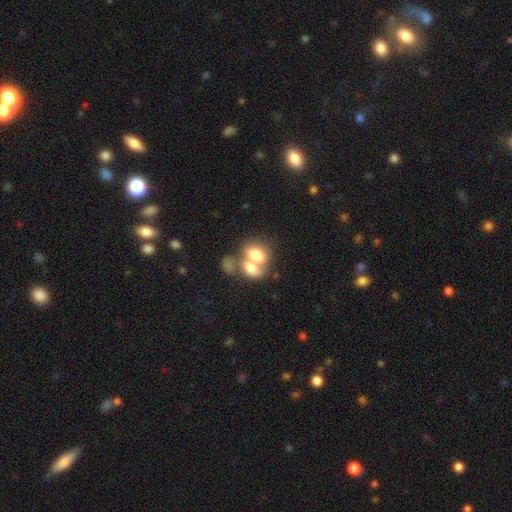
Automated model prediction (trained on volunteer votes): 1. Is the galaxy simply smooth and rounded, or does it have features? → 70% smooth, 22% featured or disk, 9% star or artifact.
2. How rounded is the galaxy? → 78% in between, 20% round, 2% cigar-shaped.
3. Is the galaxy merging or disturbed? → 68% merger, 19% none, 7% minor disturbance, 6% major disturbance.